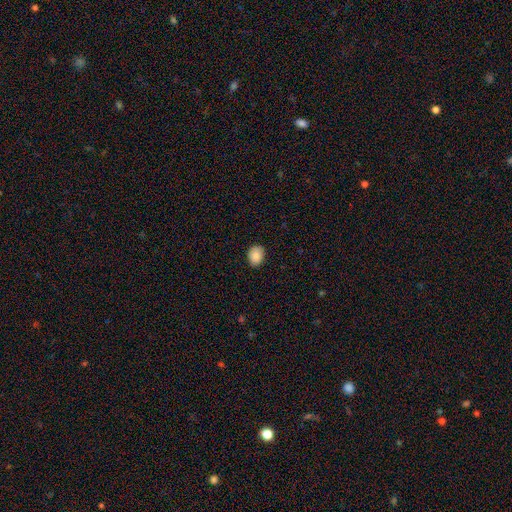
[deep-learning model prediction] Smooth or featured: smooth — 87% (star or artifact — 8%)
How rounded: in between — 64% (round — 35%)
Merging: none — 86% (minor disturbance — 11%)